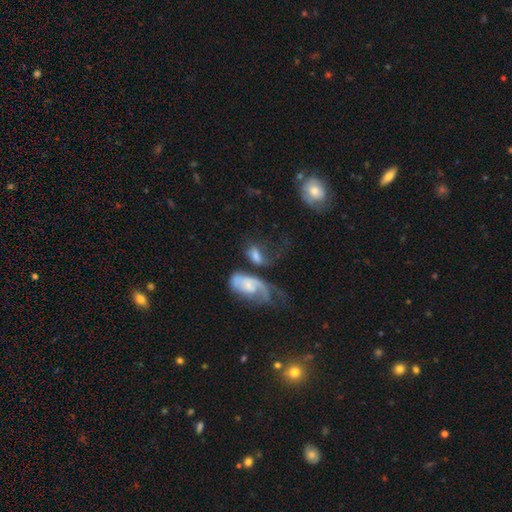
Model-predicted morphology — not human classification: This appears to be a smooth galaxy with no disk features (47%). Merging: merger (32%).